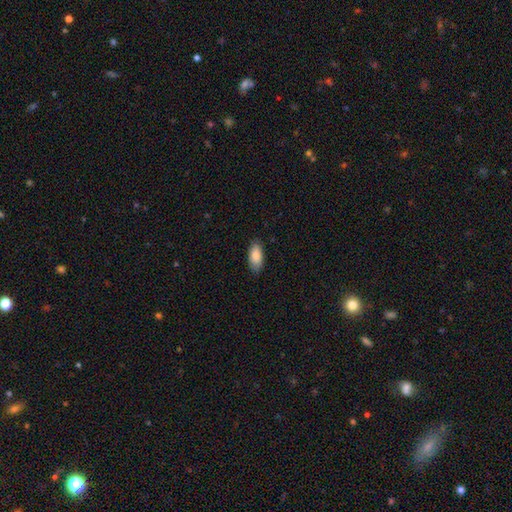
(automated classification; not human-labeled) Smooth or featured? Predicted: smooth (p=0.88). How rounded? Predicted: in between (p=0.89). Merging? Predicted: none (p=0.85).